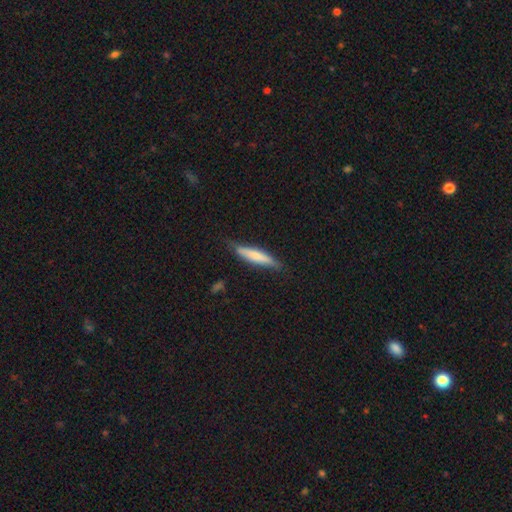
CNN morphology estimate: Smooth or featured?
  - smooth: 63% *
  - featured or disk: 32%
  - star or artifact: 5%
How rounded?
  - cigar-shaped: 86% *
  - in between: 12%
  - round: 1%
Merging?
  - none: 77% *
  - minor disturbance: 19%
  - major disturbance: 3%
  - merger: 2%